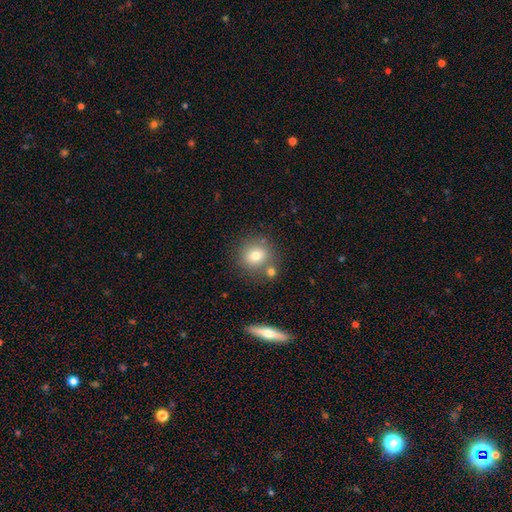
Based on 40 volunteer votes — Smooth or featured?
  - smooth: 80% *
  - featured or disk: 12%
  - star or artifact: 8%
How rounded?
  - round: 81% *
  - in between: 16%
  - cigar-shaped: 3%
Merging?
  - none: 84% *
  - merger: 11%
  - minor disturbance: 5%
  - major disturbance: 0%